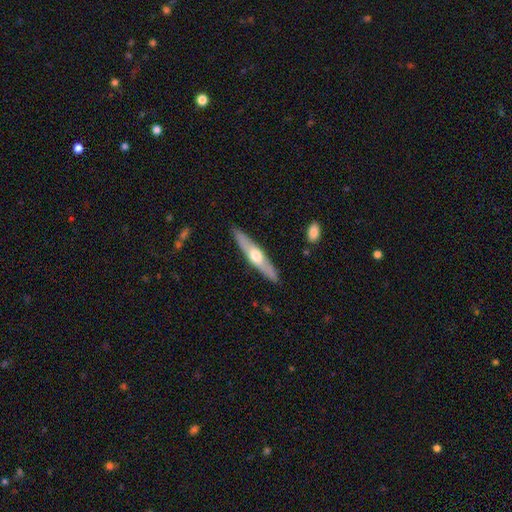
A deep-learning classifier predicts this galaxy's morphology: The model was most divided on "smooth or featured": featured or disk: 59%, smooth: 37%, star or artifact: 5%. More confident: edge-on bulge — rounded (90%); edge-on disk — yes (90%); merging — none (89%).